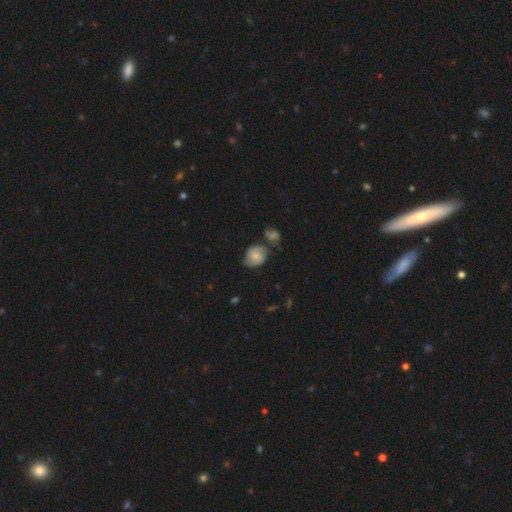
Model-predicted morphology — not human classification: This is possibly a smooth galaxy (47%). Merging: possibly none (52%).